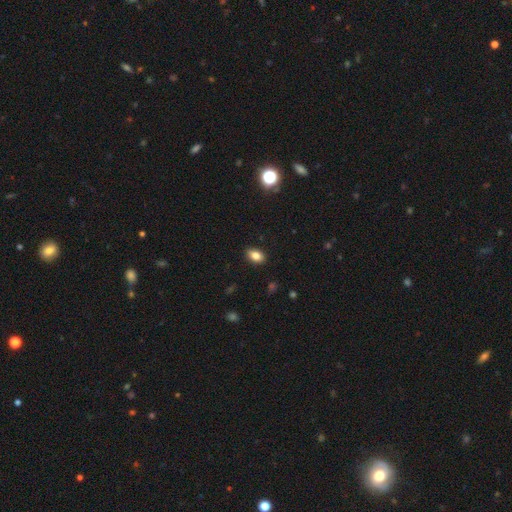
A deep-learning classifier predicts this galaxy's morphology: type=smooth (82%); roundness=in between (85%); merging=none (88%).